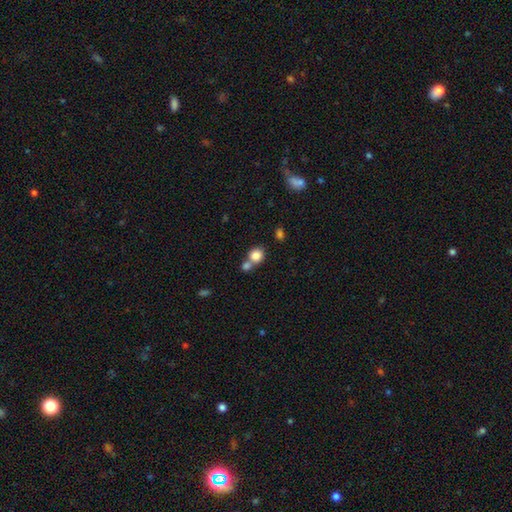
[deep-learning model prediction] This appears to be a smooth galaxy with no disk features (83%) that is round (81%). Merging: none (46%).